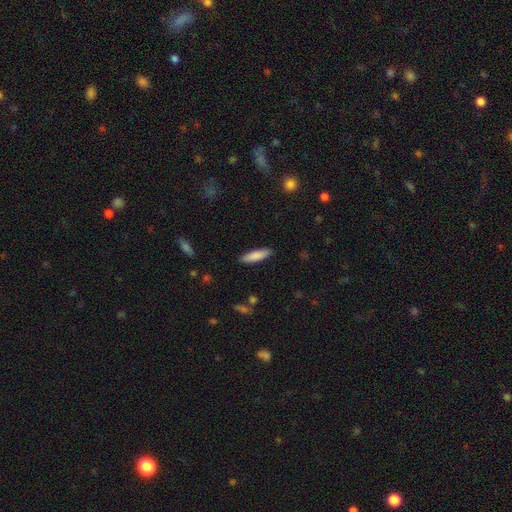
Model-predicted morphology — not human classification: This appears to be a smooth galaxy with no disk features (84%) that is cigar-shaped (65%). Merging: none (89%).